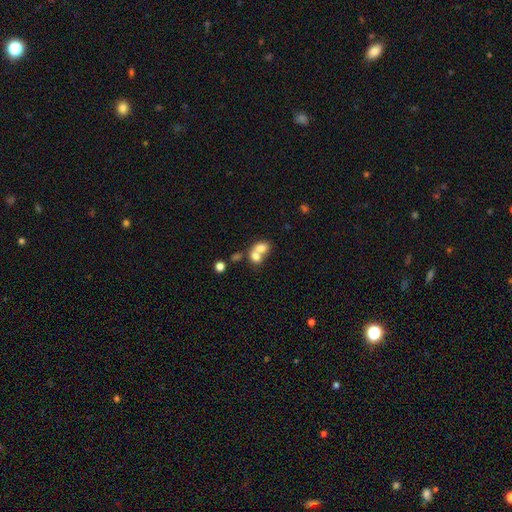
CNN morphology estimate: The model was most divided on "how rounded": in between: 53%, round: 45%, cigar-shaped: 1%. More confident: smooth or featured — smooth (71%); merging — merger (71%).